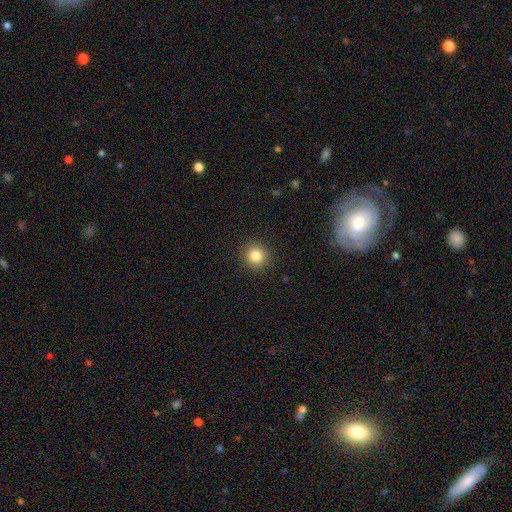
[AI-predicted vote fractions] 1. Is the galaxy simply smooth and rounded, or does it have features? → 83% smooth, 11% star or artifact, 5% featured or disk.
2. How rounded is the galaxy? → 93% round, 6% in between, 1% cigar-shaped.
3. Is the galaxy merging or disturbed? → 92% none, 5% minor disturbance, 2% major disturbance, 1% merger.